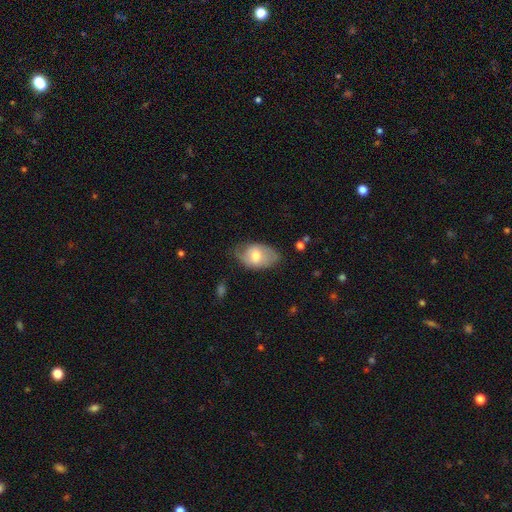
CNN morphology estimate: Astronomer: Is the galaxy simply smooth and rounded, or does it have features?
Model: smooth — 60%.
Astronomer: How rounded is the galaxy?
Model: in between — 89%.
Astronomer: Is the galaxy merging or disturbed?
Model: none — 56% (runner-up: minor disturbance, 33%).